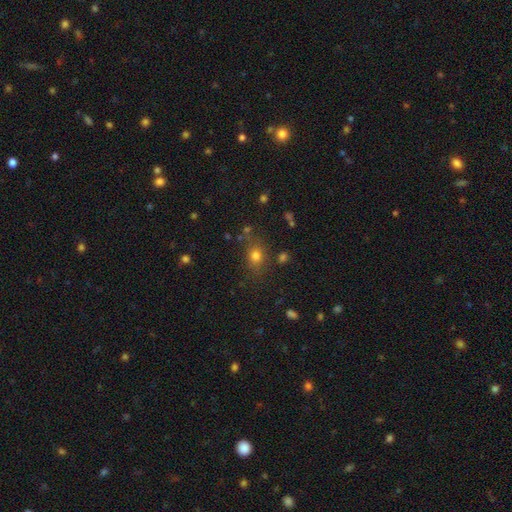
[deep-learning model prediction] Smooth or featured? smooth (75%)
How rounded? round (61%)
Merging? none (76%)